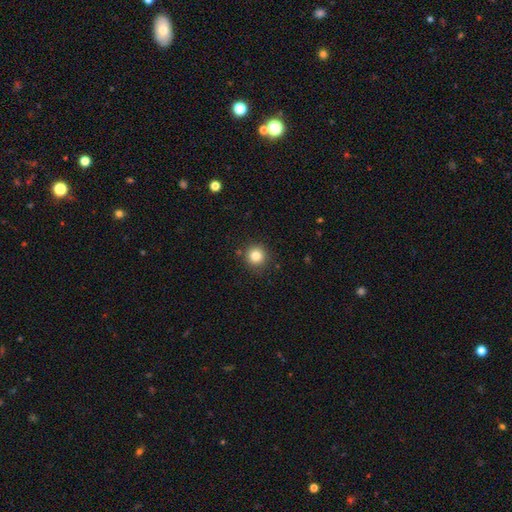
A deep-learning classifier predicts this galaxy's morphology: Smooth or featured? Predicted: smooth (p=0.82). How rounded? Predicted: round (p=0.94). Merging? Predicted: none (p=0.89).